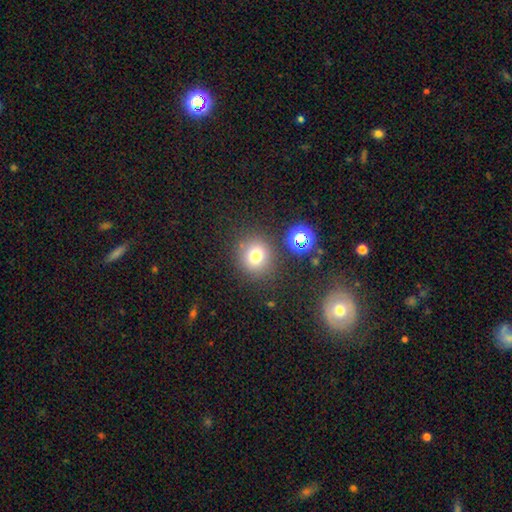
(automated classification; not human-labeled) smooth_or_featured: smooth (p=0.74) [alt: star or artifact p=0.17]
how_rounded: round (p=0.89) [alt: in between p=0.10]
merging: none (p=0.82) [alt: minor disturbance p=0.09]